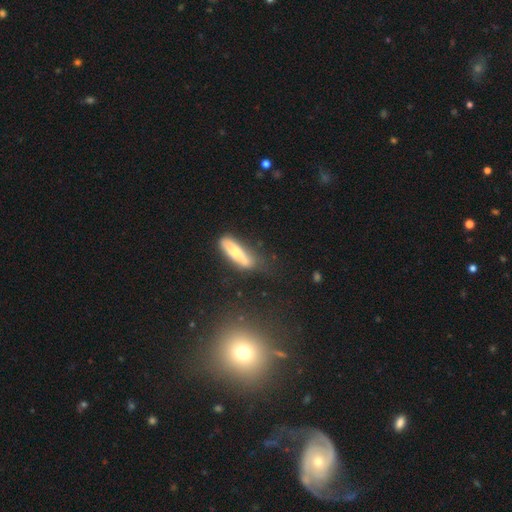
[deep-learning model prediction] Smooth or featured: smooth — 45% (featured or disk — 36%)
Merging: none — 61% (minor disturbance — 21%)